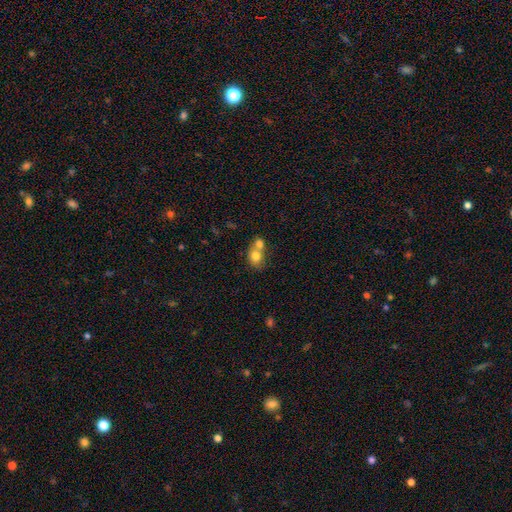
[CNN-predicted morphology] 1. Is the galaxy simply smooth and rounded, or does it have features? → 75% smooth, 15% featured or disk, 9% star or artifact.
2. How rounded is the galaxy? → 55% round, 44% in between, 1% cigar-shaped.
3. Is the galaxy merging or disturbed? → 64% merger, 26% none, 7% minor disturbance, 3% major disturbance.